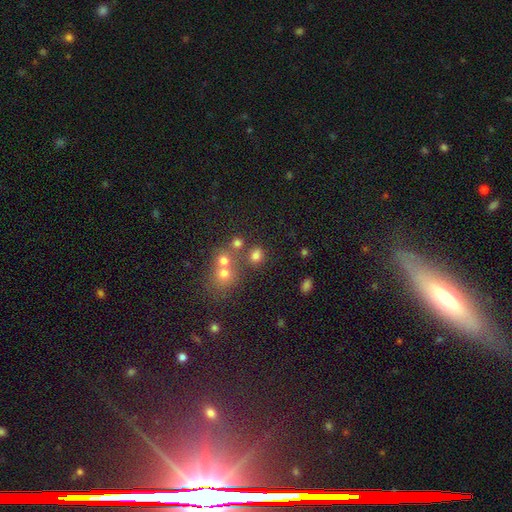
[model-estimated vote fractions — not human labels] Overall: smooth (73%). How rounded: round (76%). Merging: none (67%).